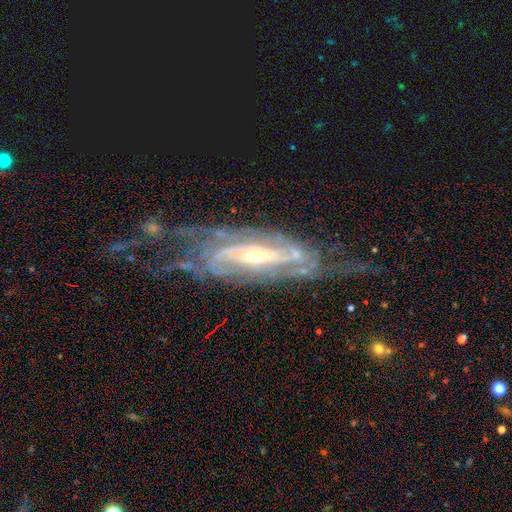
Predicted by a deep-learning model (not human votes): Smooth or featured? Predicted: featured or disk (p=0.90). Edge-on disk? Predicted: no (p=0.89). Bar? Predicted: no (p=0.35). Spiral arms? Predicted: yes (p=0.96). Spiral winding? Predicted: tight (p=0.57). Spiral arm count? Predicted: 2 (p=0.38). Bulge size? Predicted: small (p=0.54). Merging? Predicted: none (p=0.58).